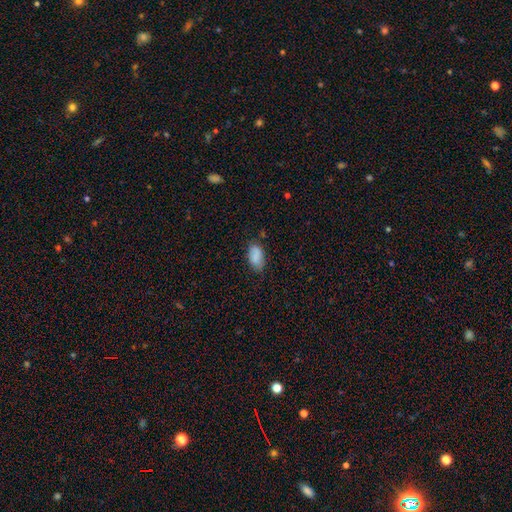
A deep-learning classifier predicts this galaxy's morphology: This appears to be a smooth galaxy with no disk features (86%) that is in between round and cigar-shaped (93%). Merging: none (74%).